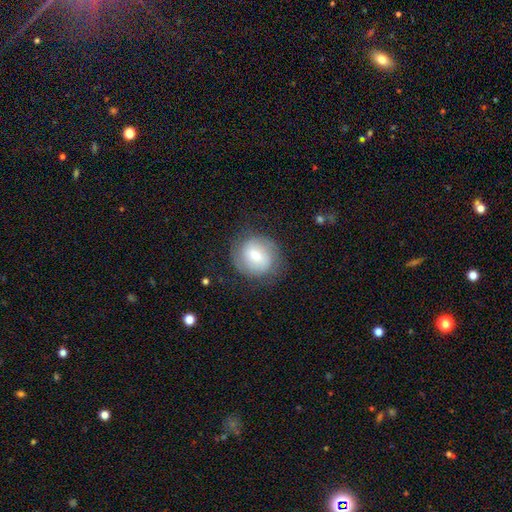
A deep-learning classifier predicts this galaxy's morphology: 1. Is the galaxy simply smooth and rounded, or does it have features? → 52% smooth, 40% featured or disk, 8% star or artifact.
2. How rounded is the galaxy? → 81% round, 18% in between, 1% cigar-shaped.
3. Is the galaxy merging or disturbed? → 73% none, 17% minor disturbance, 9% major disturbance, 1% merger.